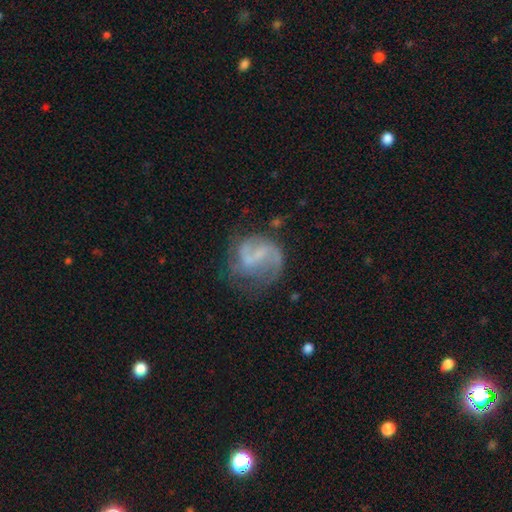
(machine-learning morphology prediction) featured or disk 71%, smooth 20%, star or artifact 9%. Down the decision tree: edge-on disk — no (98%); bar — weak (47%); spiral arms — yes (82%); spiral arm count — 2 (52%); spiral winding — medium (40%); bulge size — none (48%); merging — none (48%).